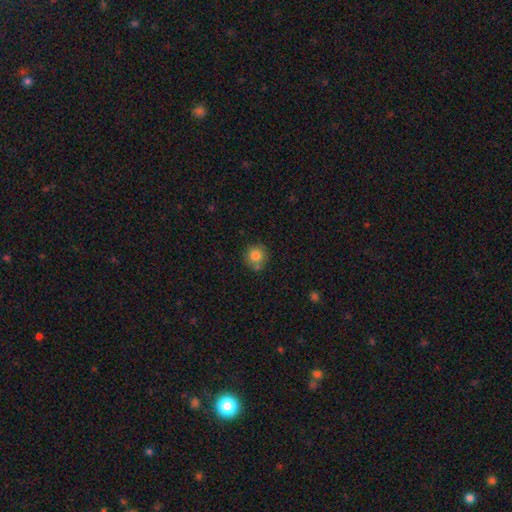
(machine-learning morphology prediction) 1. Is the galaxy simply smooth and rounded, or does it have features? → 82% smooth, 10% star or artifact, 8% featured or disk.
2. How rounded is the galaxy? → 92% round, 7% in between, 1% cigar-shaped.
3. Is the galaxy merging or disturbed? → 71% none, 14% minor disturbance, 12% merger, 4% major disturbance.